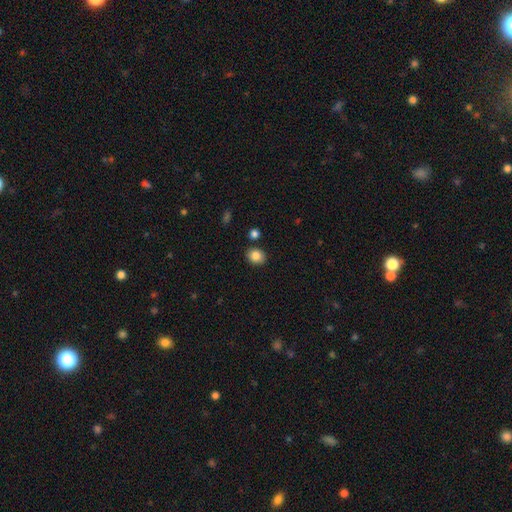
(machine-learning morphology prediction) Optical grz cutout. It shows a smooth galaxy with no disk features (84%) that is round (58%). Merging: none (85%).